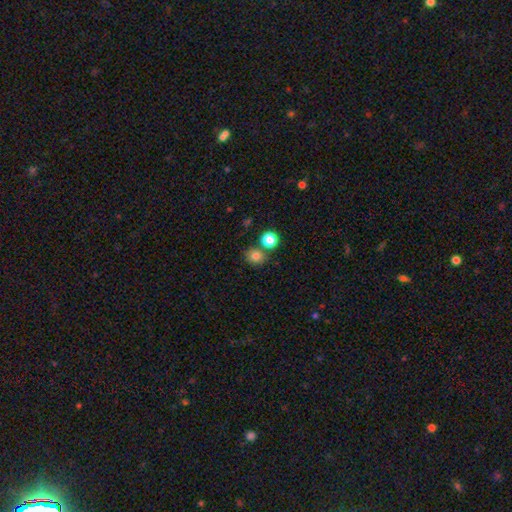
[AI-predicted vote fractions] smooth_or_featured: smooth (p=0.79) [alt: star or artifact p=0.14]
how_rounded: round (p=0.78) [alt: in between p=0.21]
merging: none (p=0.72) [alt: merger p=0.16]